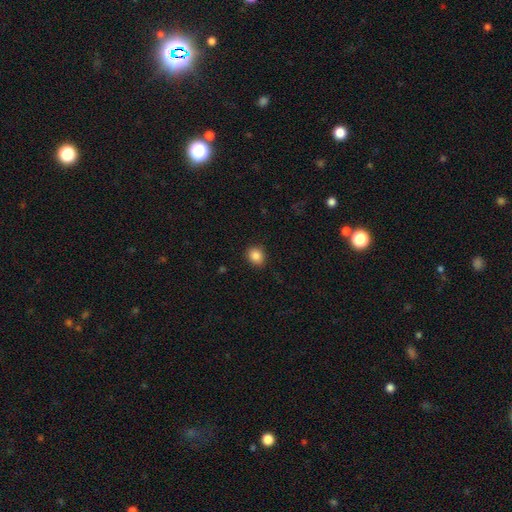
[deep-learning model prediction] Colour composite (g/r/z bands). It shows a smooth galaxy with no disk features (87%) that is round (66%). Merging: none (88%).